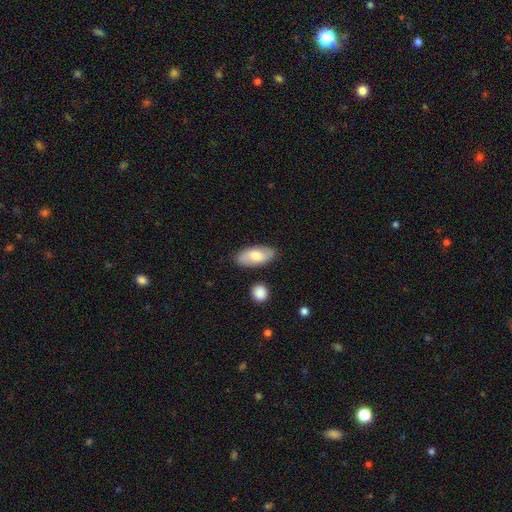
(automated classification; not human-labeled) Overall: smooth (65%; featured or disk 29%). How rounded: in between (91%). Merging: none (83%).